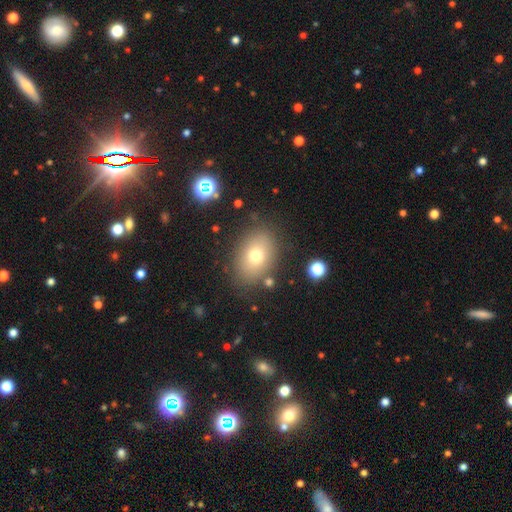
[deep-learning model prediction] A smooth galaxy with no disk features (72%) that is in between round and cigar-shaped (71%). Merging: none (81%).